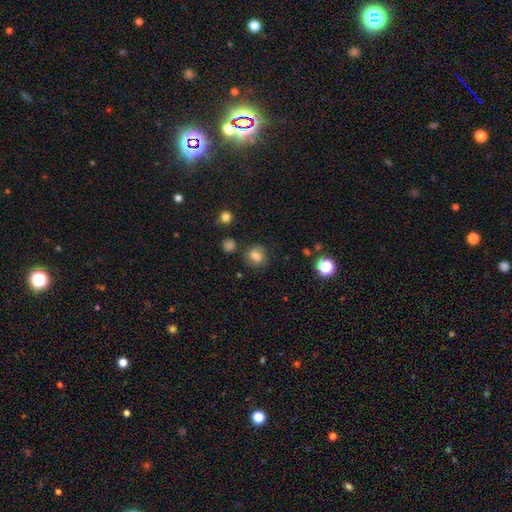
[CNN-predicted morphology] type=smooth (70%); roundness=round (64%); merging=none (72%).